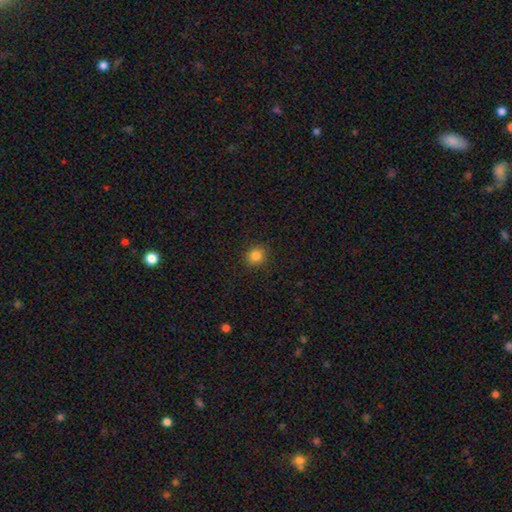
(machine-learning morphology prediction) Smooth or featured: smooth — 84% (star or artifact — 12%)
How rounded: round — 82% (in between — 17%)
Merging: none — 90% (minor disturbance — 7%)